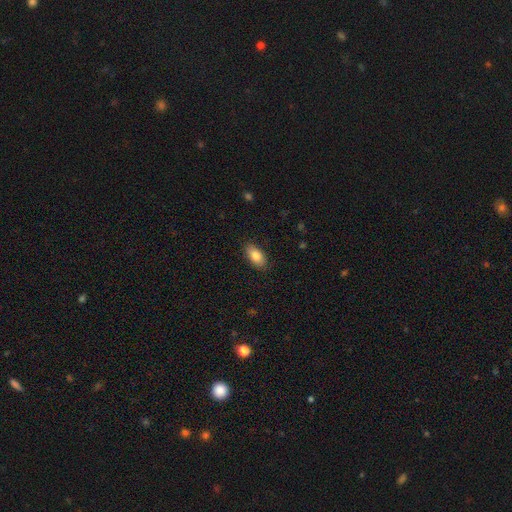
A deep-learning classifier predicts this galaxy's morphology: smooth-or-featured: smooth: 83% | featured or disk: 10% | star or artifact: 7%
  how-rounded: in between: 91% | cigar-shaped: 5% | round: 4%
  merging: none: 87% | minor disturbance: 10% | major disturbance: 2% | merger: 1%